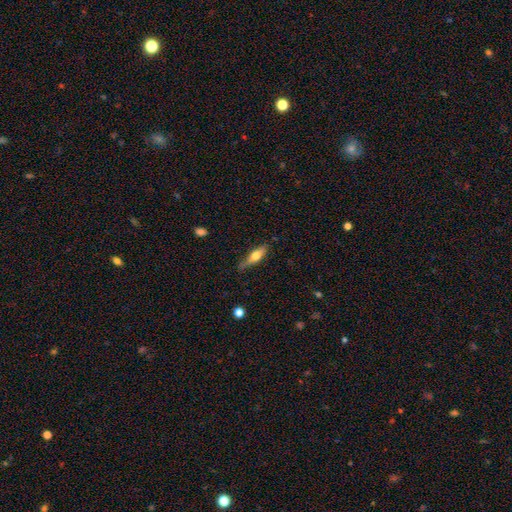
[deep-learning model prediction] smooth-or-featured: smooth: 51% | featured or disk: 42% | star or artifact: 6%
  how-rounded: cigar-shaped: 62% | in between: 36% | round: 3%
  merging: none: 72% | minor disturbance: 22% | major disturbance: 4% | merger: 2%